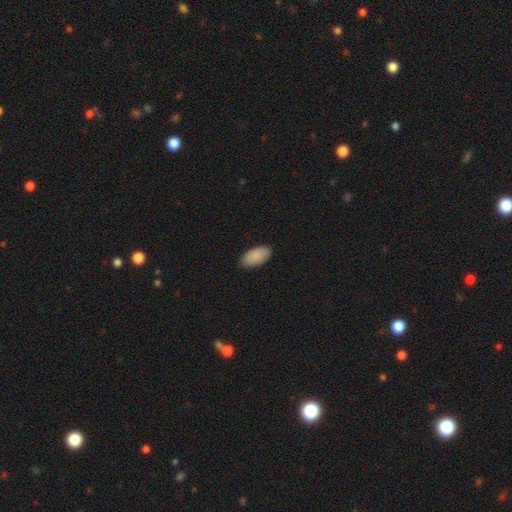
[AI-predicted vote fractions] Smooth or featured?
  - smooth: 90% *
  - star or artifact: 6%
  - featured or disk: 4%
How rounded?
  - in between: 95% *
  - cigar-shaped: 3%
  - round: 2%
Merging?
  - none: 85% *
  - minor disturbance: 12%
  - major disturbance: 2%
  - merger: 1%